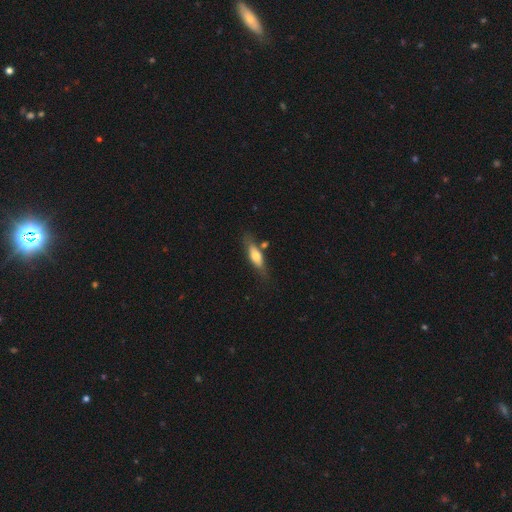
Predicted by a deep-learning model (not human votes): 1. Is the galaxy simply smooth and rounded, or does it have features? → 59% smooth, 34% featured or disk, 6% star or artifact.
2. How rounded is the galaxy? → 51% cigar-shaped, 47% in between, 3% round.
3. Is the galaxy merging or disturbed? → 69% none, 18% minor disturbance, 8% merger, 5% major disturbance.